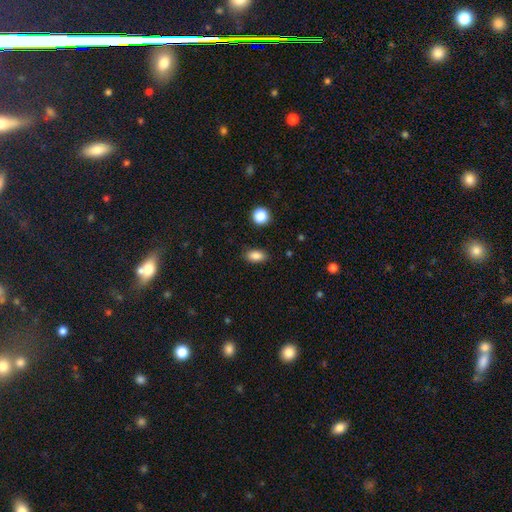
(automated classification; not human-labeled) Smooth or featured? smooth (86%)
How rounded? in between (88%)
Merging? none (87%)